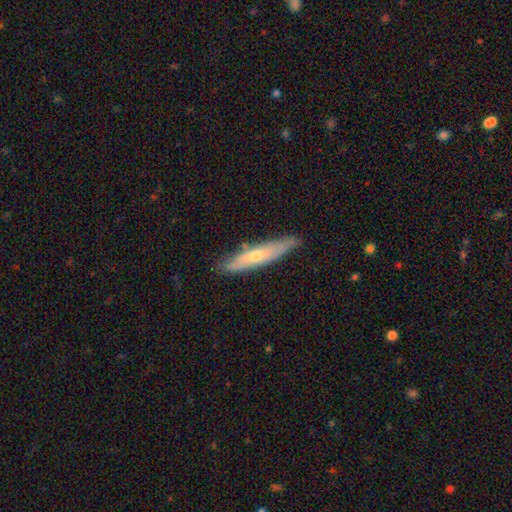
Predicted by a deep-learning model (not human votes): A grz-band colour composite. It shows a featured or disk galaxy (48%). Merging: none (77%).